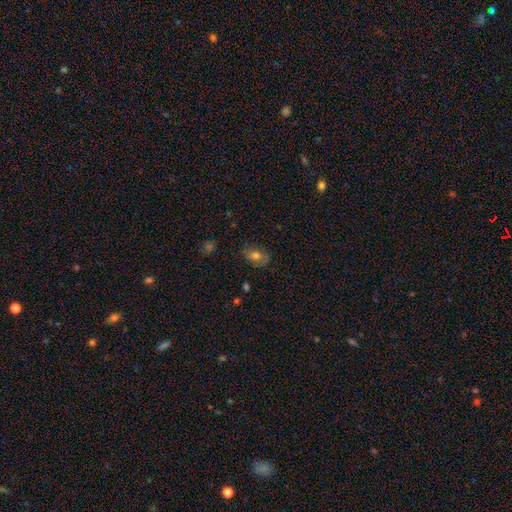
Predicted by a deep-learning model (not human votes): smooth_or_featured: smooth (p=0.61) [alt: featured or disk p=0.26]
how_rounded: in between (p=0.74) [alt: round p=0.24]
merging: none (p=0.74) [alt: minor disturbance p=0.19]